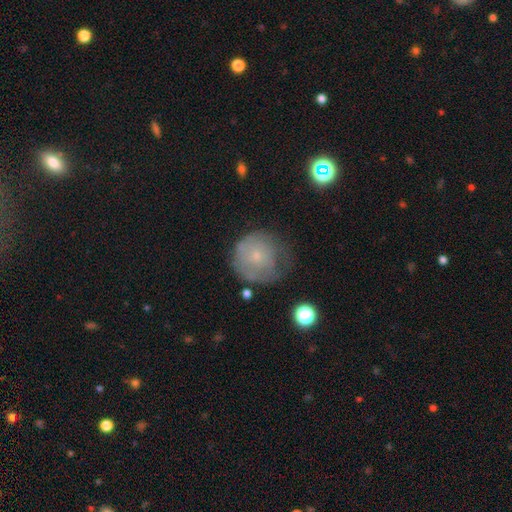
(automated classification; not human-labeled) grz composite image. It shows a smooth galaxy with no disk features (58%) that is round (90%). Merging: none (47%).